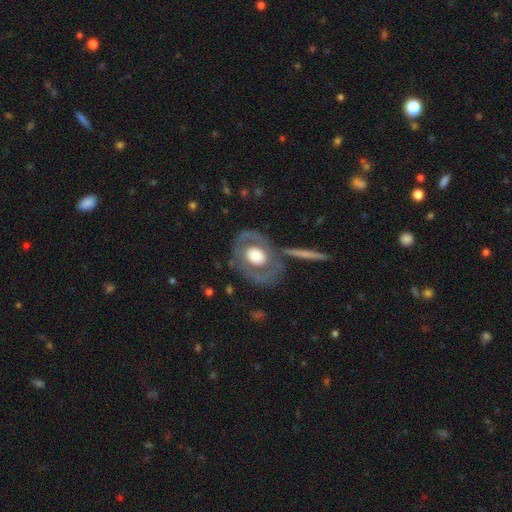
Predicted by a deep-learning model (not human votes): The model was most divided on "smooth or featured": featured or disk: 54%, smooth: 40%, star or artifact: 6%. More confident: edge-on disk — no (92%); merging — none (71%).